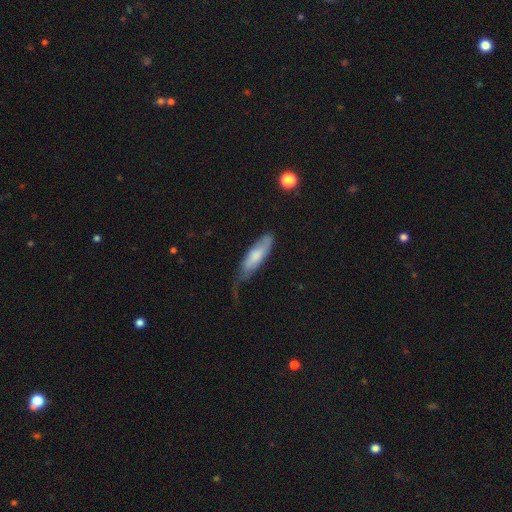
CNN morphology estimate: A smooth galaxy with no disk features (66%) that is cigar-shaped (54%).

Vote fractions:
- Smooth or featured? smooth: 66% / featured or disk: 29% / star or artifact: 5%
- How rounded? cigar-shaped: 54% / in between: 44% / round: 2%
- Merging? minor disturbance: 39% / none: 36% / major disturbance: 22% / merger: 3%